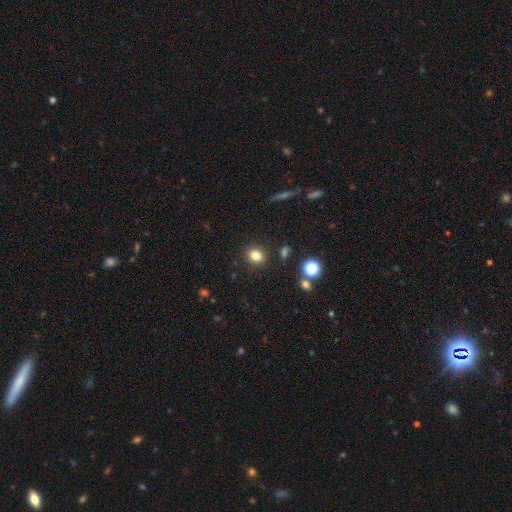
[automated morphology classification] smooth 81%, star or artifact 13%, featured or disk 6%. Down the decision tree: how rounded — round (64%); merging — none (87%).